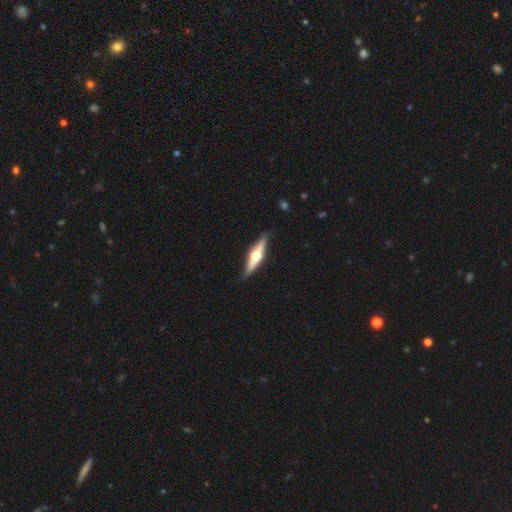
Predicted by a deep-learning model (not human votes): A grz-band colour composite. It shows a featured or disk galaxy (71%) viewed edge-on (97%) with a rounded central bulge (95%). Merging: none (87%).